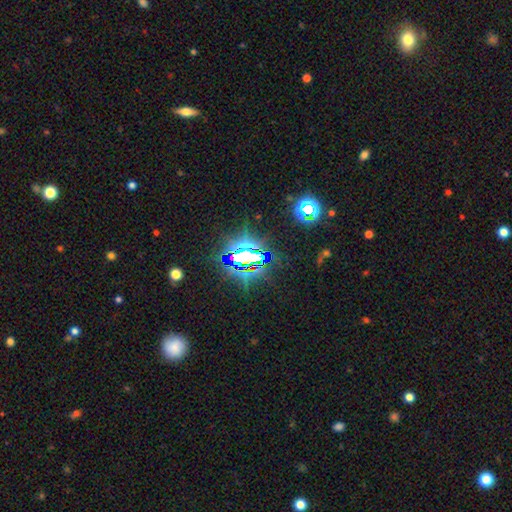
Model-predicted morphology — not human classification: A star or artifact, not a galaxy (78%).

Vote fractions:
- Smooth or featured? star or artifact: 78% / smooth: 12% / featured or disk: 10%